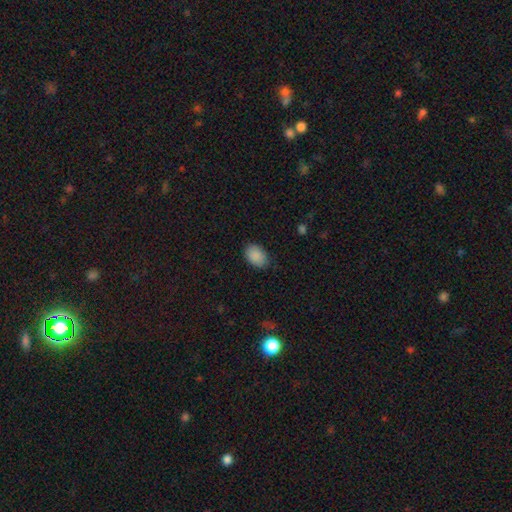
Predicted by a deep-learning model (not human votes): A smooth galaxy with no disk features (89%) that is in between round and cigar-shaped (83%).

Vote fractions:
- Smooth or featured? smooth: 89% / star or artifact: 7% / featured or disk: 4%
- How rounded? in between: 83% / round: 16% / cigar-shaped: 1%
- Merging? none: 80% / minor disturbance: 16% / major disturbance: 3% / merger: 1%